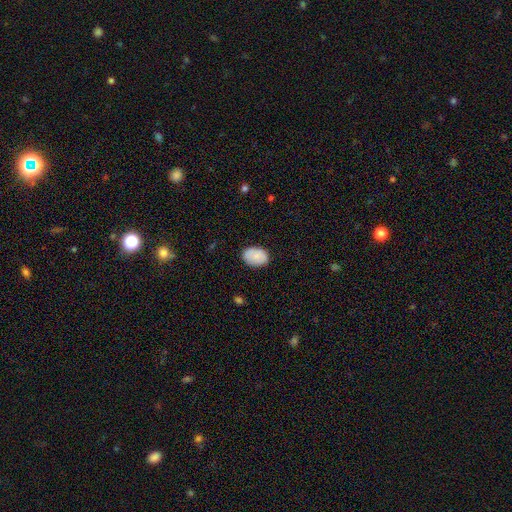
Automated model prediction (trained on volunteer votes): Smooth or featured: smooth — 84% (featured or disk — 9%)
How rounded: in between — 83% (round — 16%)
Merging: none — 82% (minor disturbance — 14%)